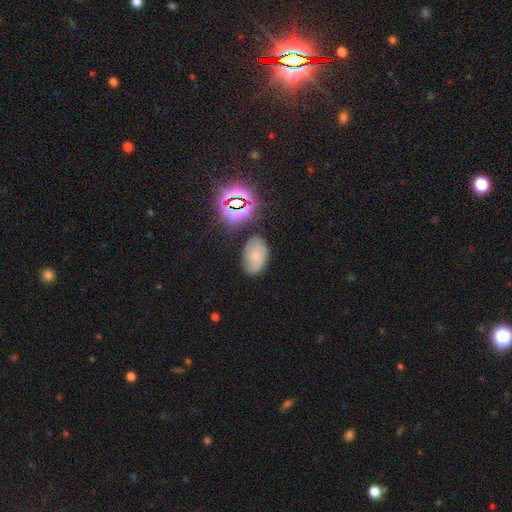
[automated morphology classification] smooth_or_featured: smooth (p=0.51) [alt: featured or disk p=0.29]
how_rounded: in between (p=0.89) [alt: round p=0.09]
merging: none (p=0.70) [alt: minor disturbance p=0.21]